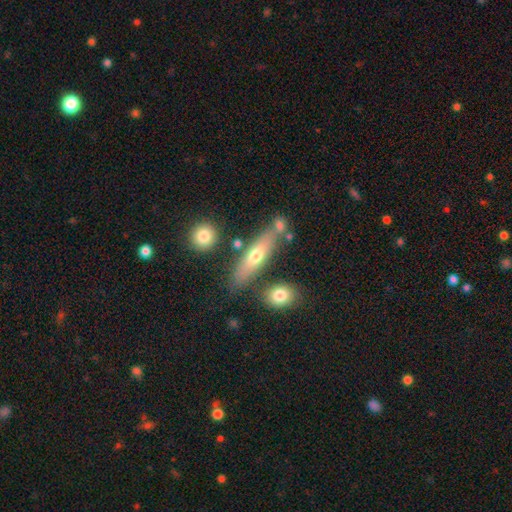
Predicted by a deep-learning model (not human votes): Q: Smooth or featured?
A: smooth (56%); runner-up: featured or disk (37%)
Q: How rounded?
A: cigar-shaped (64%); runner-up: in between (33%)
Q: Merging?
A: none (70%); runner-up: minor disturbance (14%)